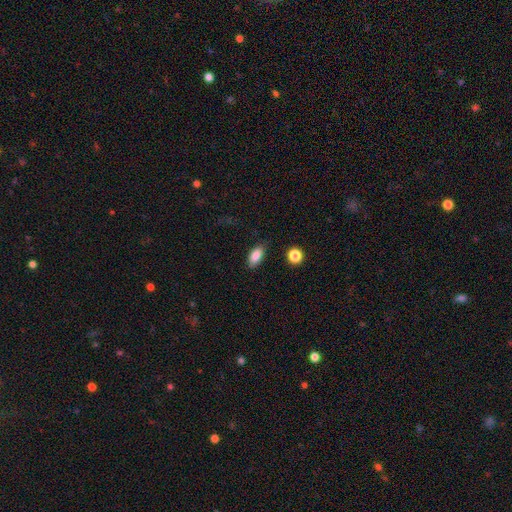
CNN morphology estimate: smooth_or_featured: smooth (p=0.87) [alt: star or artifact p=0.08]
how_rounded: in between (p=0.89) [alt: cigar-shaped p=0.07]
merging: none (p=0.82) [alt: minor disturbance p=0.13]